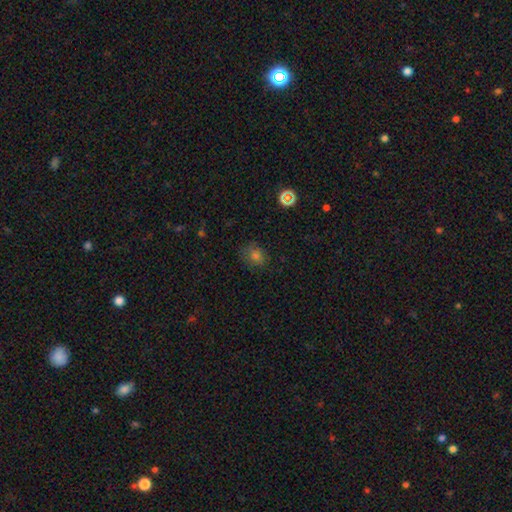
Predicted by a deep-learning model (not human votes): Smooth or featured? Predicted: smooth (p=0.70). How rounded? Predicted: round (p=0.60). Merging? Predicted: none (p=0.76).